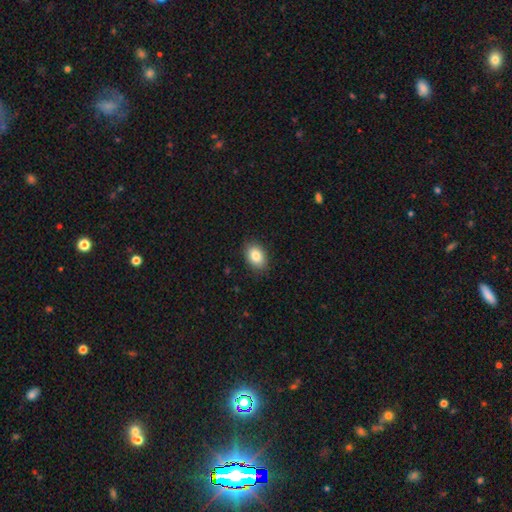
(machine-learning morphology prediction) Smooth or featured?
  - smooth: 85% *
  - star or artifact: 8%
  - featured or disk: 7%
How rounded?
  - in between: 82% *
  - round: 17%
  - cigar-shaped: 1%
Merging?
  - none: 87% *
  - minor disturbance: 10%
  - major disturbance: 2%
  - merger: 1%